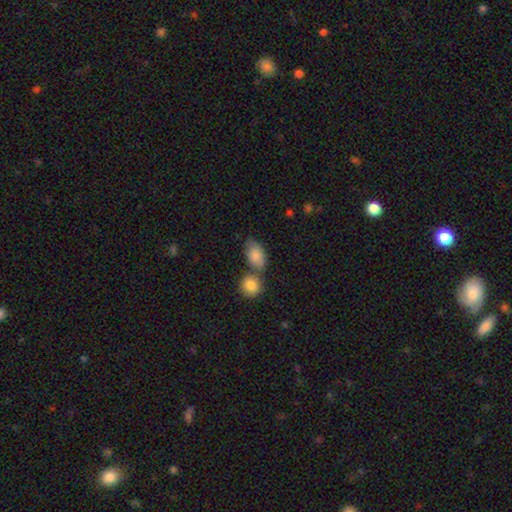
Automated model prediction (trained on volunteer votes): Smooth or featured? smooth (86%)
How rounded? in between (86%)
Merging? none (48%)